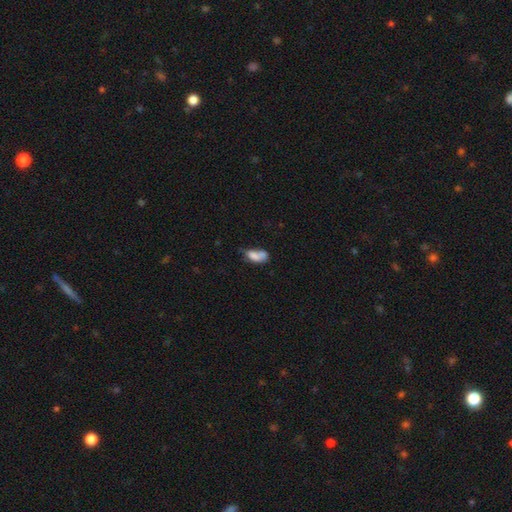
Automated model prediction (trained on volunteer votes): A smooth galaxy with no disk features (70%) that is in between round and cigar-shaped (84%). Merging: merger (37%).